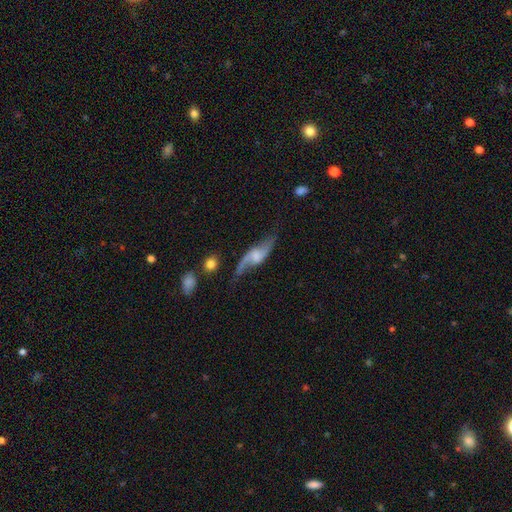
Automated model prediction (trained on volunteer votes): Q: Smooth or featured?
A: featured or disk (82%); runner-up: smooth (12%)
Q: Edge-on disk?
A: no (87%); runner-up: yes (13%)
Q: Bar?
A: no (46%); runner-up: weak (41%)
Q: Spiral arms?
A: yes (94%); runner-up: no (6%)
Q: Spiral winding?
A: loose (86%); runner-up: medium (11%)
Q: Spiral arm count?
A: 2 (91%); runner-up: 1 (3%)
Q: Bulge size?
A: none (31%); runner-up: moderate (29%)
Q: Merging?
A: none (62%); runner-up: minor disturbance (21%)